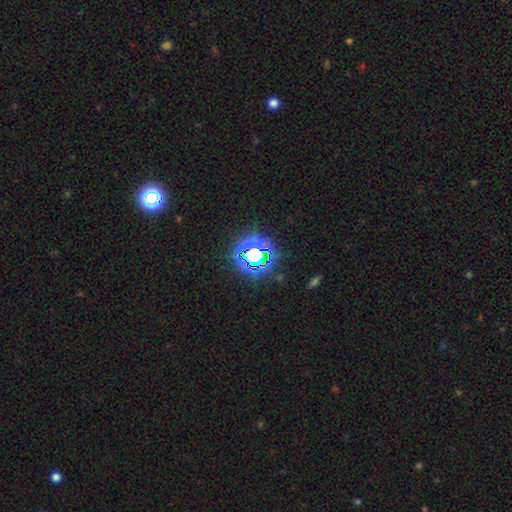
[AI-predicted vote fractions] smooth_or_featured: star or artifact (p=0.73) [alt: smooth p=0.17]